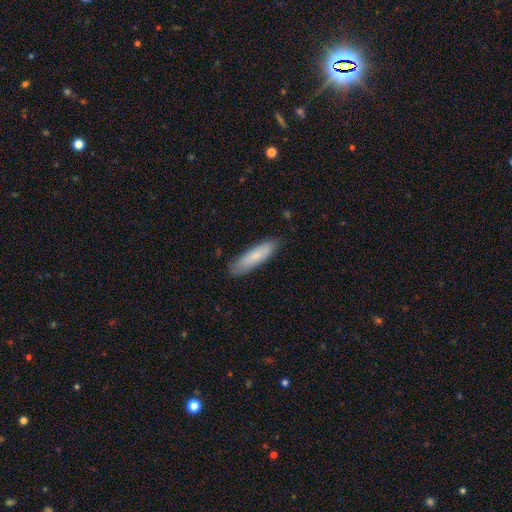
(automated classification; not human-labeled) Q: Smooth or featured?
A: smooth (80%); runner-up: featured or disk (14%)
Q: How rounded?
A: cigar-shaped (69%); runner-up: in between (30%)
Q: Merging?
A: none (85%); runner-up: minor disturbance (12%)